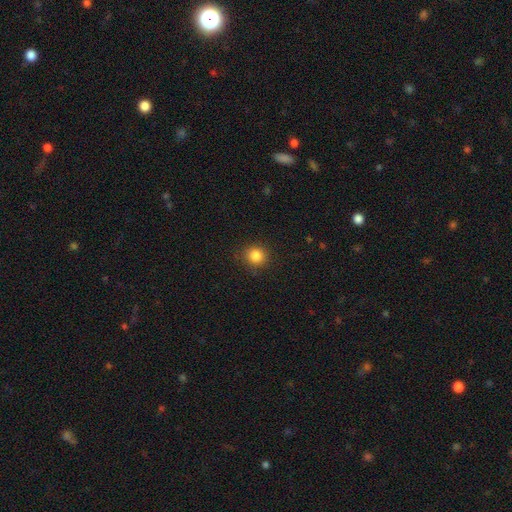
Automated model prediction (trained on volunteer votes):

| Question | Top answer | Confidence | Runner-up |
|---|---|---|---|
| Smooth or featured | smooth | 84% | star or artifact (11%) |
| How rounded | round | 89% | in between (10%) |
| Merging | none | 89% | minor disturbance (7%) |